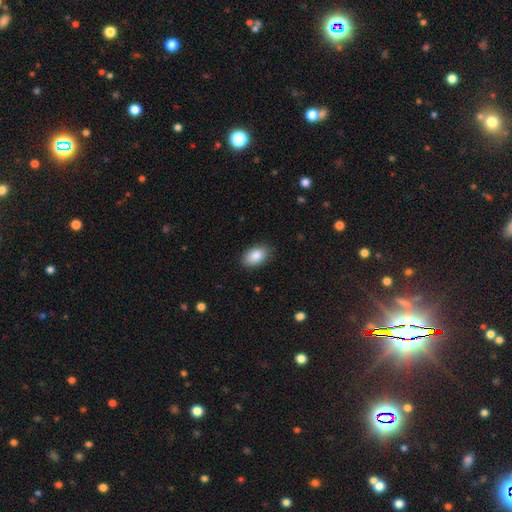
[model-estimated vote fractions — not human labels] Smooth or featured? Predicted: smooth (p=0.88). How rounded? Predicted: in between (p=0.91). Merging? Predicted: none (p=0.85).